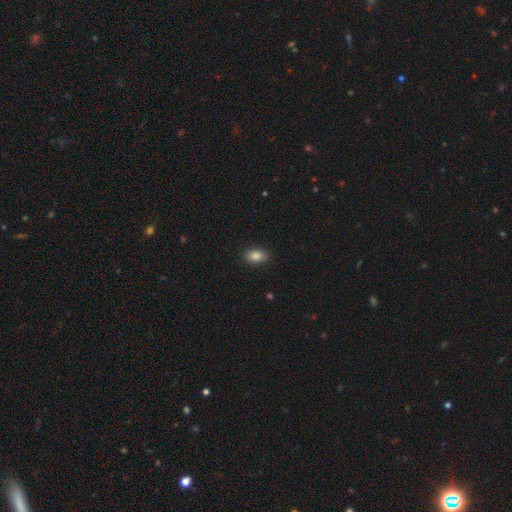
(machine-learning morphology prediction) smooth_or_featured: smooth (p=0.87) [alt: star or artifact p=0.09]
how_rounded: in between (p=0.87) [alt: round p=0.11]
merging: none (p=0.89) [alt: minor disturbance p=0.08]